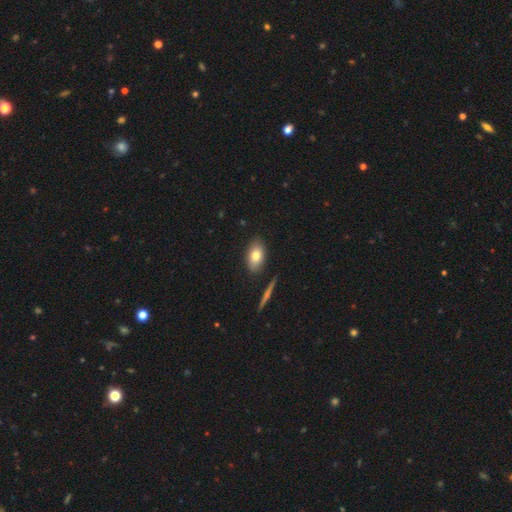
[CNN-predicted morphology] Q: Smooth or featured?
A: smooth (77%); runner-up: featured or disk (15%)
Q: How rounded?
A: in between (89%); runner-up: round (7%)
Q: Merging?
A: none (85%); runner-up: minor disturbance (10%)